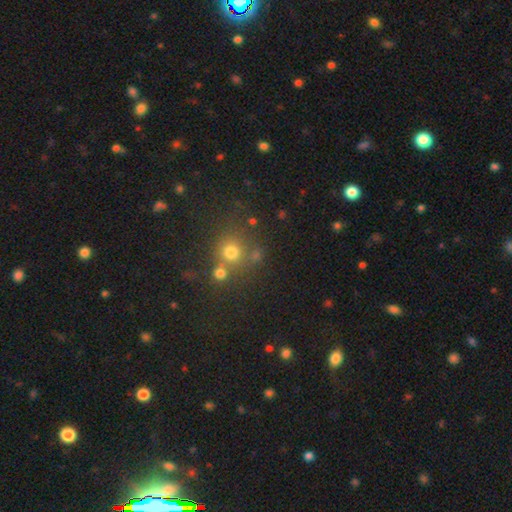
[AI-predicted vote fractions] Smooth or featured: smooth — 64% (star or artifact — 27%)
How rounded: round — 89% (in between — 10%)
Merging: none — 66% (merger — 21%)